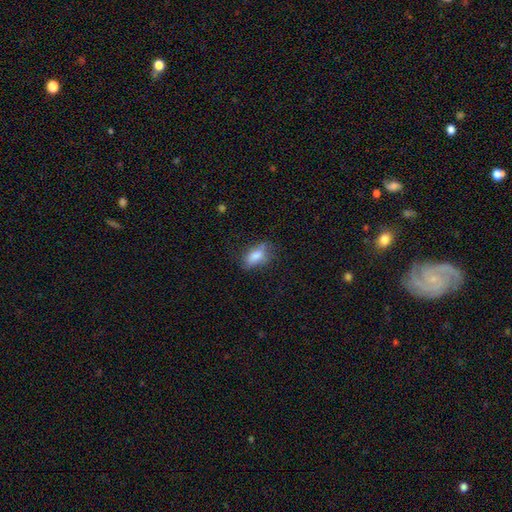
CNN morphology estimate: Overall: smooth (77%). How rounded: in between (87%). Merging: none (57%; minor disturbance 28%).